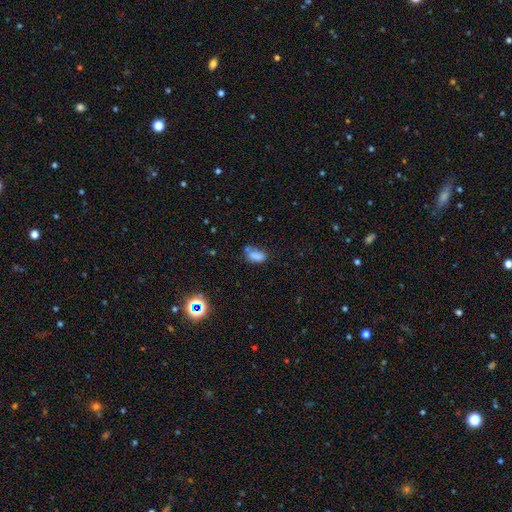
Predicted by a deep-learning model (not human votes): smooth_or_featured: smooth (p=0.78) [alt: star or artifact p=0.14]
how_rounded: in between (p=0.86) [alt: round p=0.08]
merging: none (p=0.53) [alt: minor disturbance p=0.22]